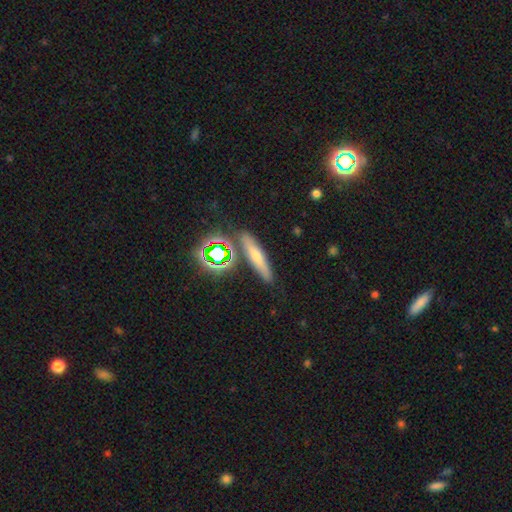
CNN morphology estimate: This appears to be a smooth galaxy with no disk features (48%). Merging: none (83%).